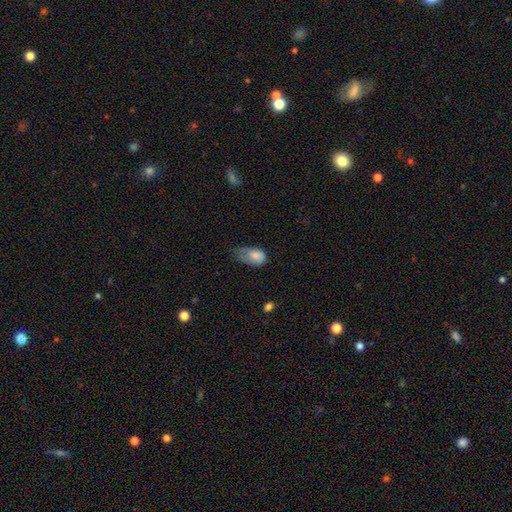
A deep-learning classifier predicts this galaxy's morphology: Smooth or featured: smooth — 81% (featured or disk — 12%)
How rounded: in between — 90% (round — 8%)
Merging: minor disturbance — 45% (major disturbance — 32%)